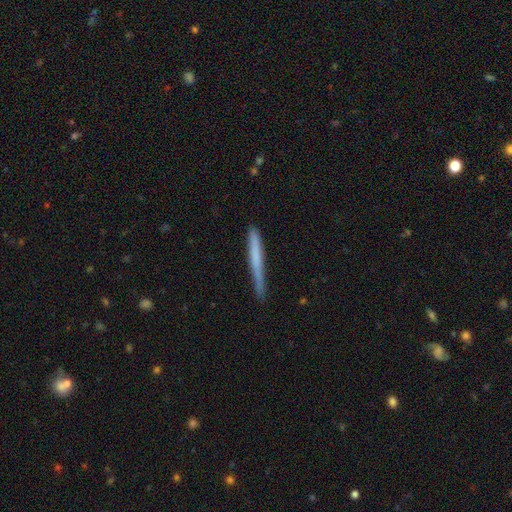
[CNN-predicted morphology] Q: Smooth or featured?
A: smooth (61%); runner-up: featured or disk (33%)
Q: How rounded?
A: cigar-shaped (97%); runner-up: in between (2%)
Q: Merging?
A: none (76%); runner-up: minor disturbance (19%)